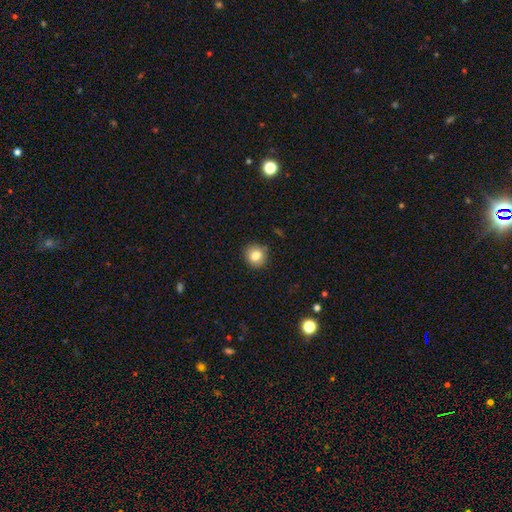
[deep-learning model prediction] Smooth or featured?
  - smooth: 82% *
  - star or artifact: 10%
  - featured or disk: 8%
How rounded?
  - round: 90% *
  - in between: 9%
  - cigar-shaped: 1%
Merging?
  - none: 89% *
  - minor disturbance: 8%
  - major disturbance: 2%
  - merger: 1%